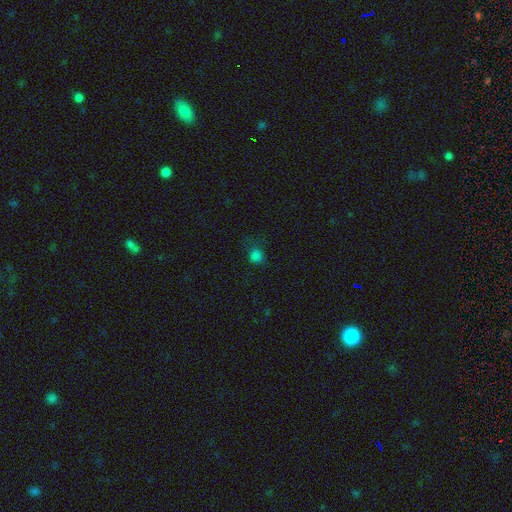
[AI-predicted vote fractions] This appears to be a smooth galaxy with no disk features (76%) that is round (88%). Merging: none (73%).